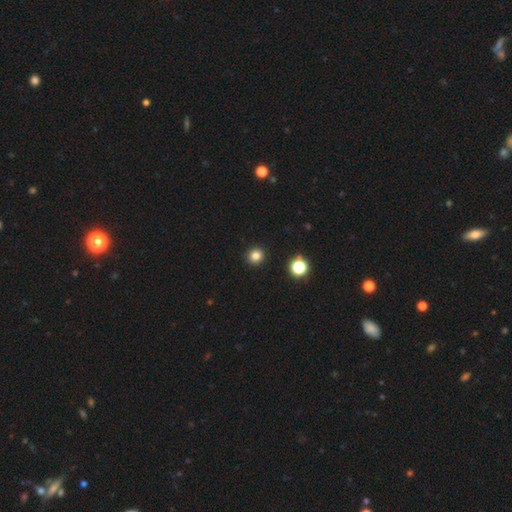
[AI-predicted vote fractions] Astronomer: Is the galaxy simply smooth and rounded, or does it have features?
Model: smooth — 82%.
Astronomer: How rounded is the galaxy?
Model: round — 91%.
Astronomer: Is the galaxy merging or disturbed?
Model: none — 93%.